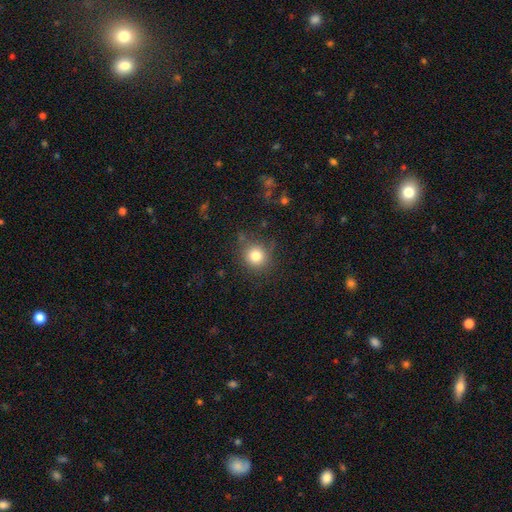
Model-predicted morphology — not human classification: Smooth or featured?
  - smooth: 81% *
  - star or artifact: 12%
  - featured or disk: 7%
How rounded?
  - round: 88% *
  - in between: 11%
  - cigar-shaped: 1%
Merging?
  - none: 80% *
  - minor disturbance: 13%
  - major disturbance: 4%
  - merger: 2%